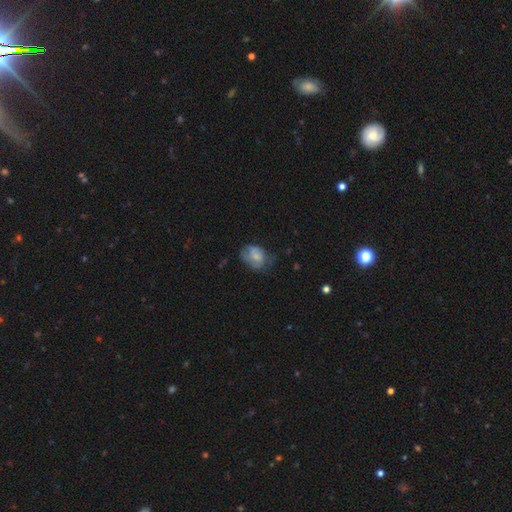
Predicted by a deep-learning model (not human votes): smooth_or_featured: smooth (p=0.63) [alt: featured or disk p=0.28]
how_rounded: in between (p=0.62) [alt: round p=0.37]
merging: none (p=0.42) [alt: minor disturbance p=0.34]